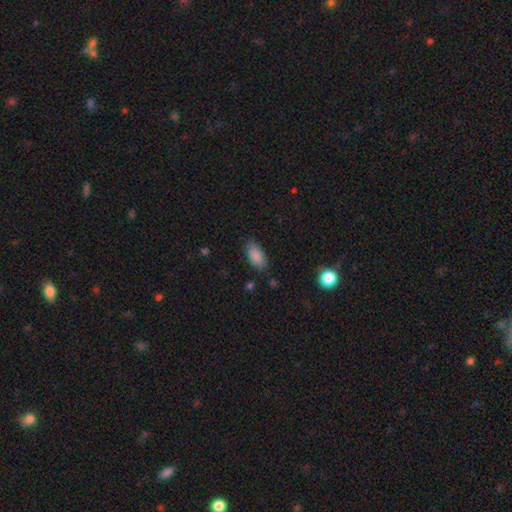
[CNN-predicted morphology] Smooth or featured: smooth — 88% (star or artifact — 7%)
How rounded: in between — 92% (cigar-shaped — 5%)
Merging: none — 80% (minor disturbance — 15%)